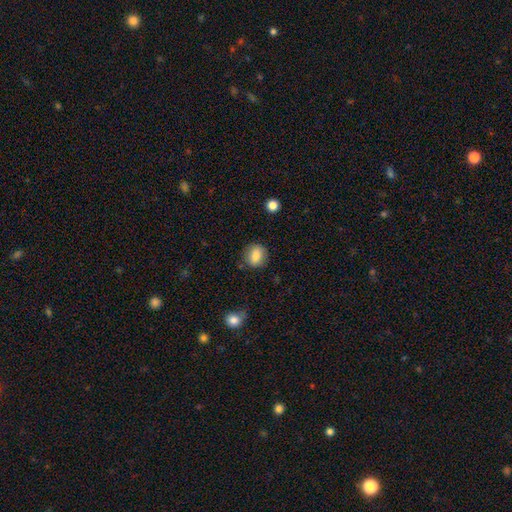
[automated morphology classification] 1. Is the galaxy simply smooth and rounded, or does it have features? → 83% smooth, 9% star or artifact, 8% featured or disk.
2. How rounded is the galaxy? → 68% round, 30% in between, 1% cigar-shaped.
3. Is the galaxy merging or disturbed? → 82% none, 13% minor disturbance, 3% major disturbance, 2% merger.